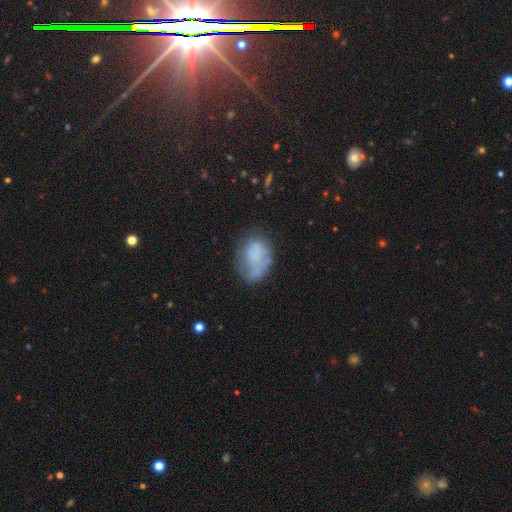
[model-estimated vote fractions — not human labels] smooth-or-featured: smooth: 59% | featured or disk: 30% | star or artifact: 11%
  how-rounded: in between: 81% | round: 17% | cigar-shaped: 1%
  merging: none: 46% | minor disturbance: 28% | major disturbance: 20% | merger: 6%